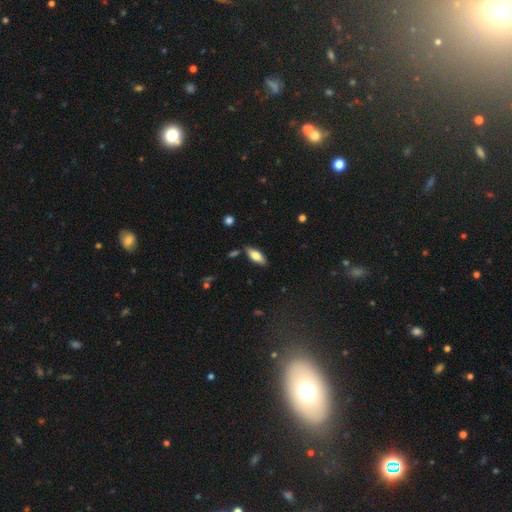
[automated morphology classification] Q: Smooth or featured?
A: smooth (73%); runner-up: featured or disk (20%)
Q: How rounded?
A: in between (77%); runner-up: cigar-shaped (21%)
Q: Merging?
A: none (81%); runner-up: minor disturbance (13%)